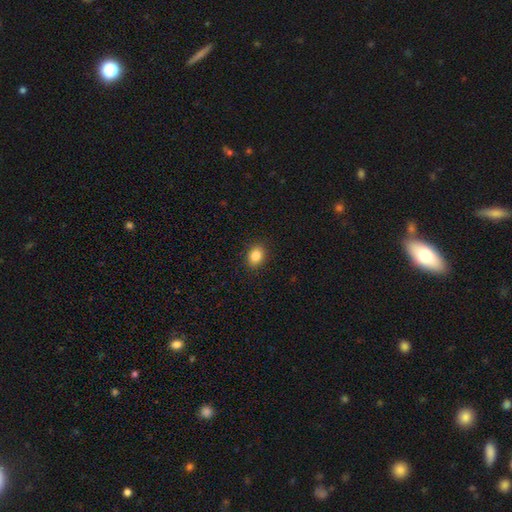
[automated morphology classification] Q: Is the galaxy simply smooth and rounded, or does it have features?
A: smooth — 85%.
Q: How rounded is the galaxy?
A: in between — 60%.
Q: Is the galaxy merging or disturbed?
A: none — 90%.